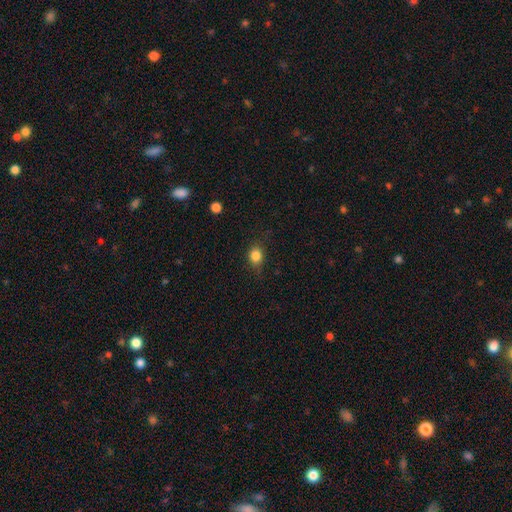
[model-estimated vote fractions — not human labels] smooth 84%, star or artifact 11%, featured or disk 5%. Down the decision tree: how rounded — round (53%); merging — none (76%).